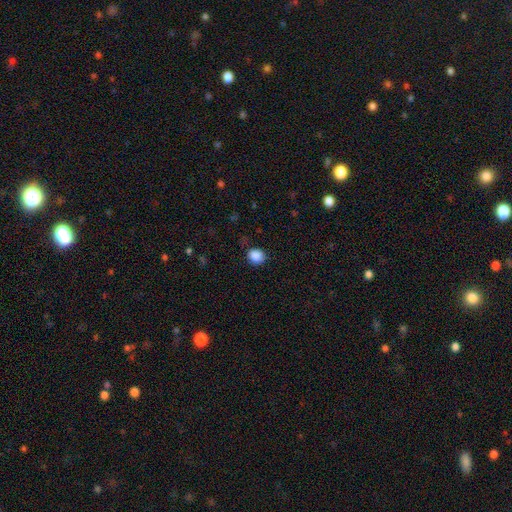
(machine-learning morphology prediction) Smooth or featured: smooth — 88% (star or artifact — 9%)
How rounded: round — 76% (in between — 23%)
Merging: none — 80% (minor disturbance — 15%)